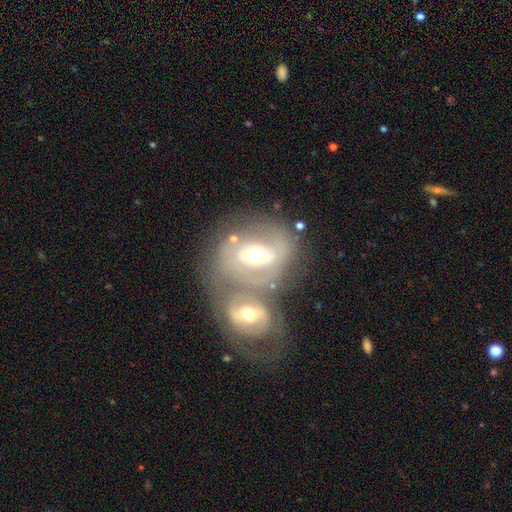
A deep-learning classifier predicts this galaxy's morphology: A featured or disk galaxy (71%) with a weak bar (39%), spiral arms (70%) and a moderate central bulge (71%).

Vote fractions:
- Smooth or featured? featured or disk: 71% / smooth: 23% / star or artifact: 7%
- Edge-on disk? no: 94% / yes: 6%
- Bar? weak: 39% / strong: 36% / no: 25%
- Spiral arms? yes: 70% / no: 30%
- Bulge size? moderate: 71% / small: 18% / large: 8% / dominant: 1% / none: 1%
- Merging? merger: 64% / none: 21% / minor disturbance: 8% / major disturbance: 6%